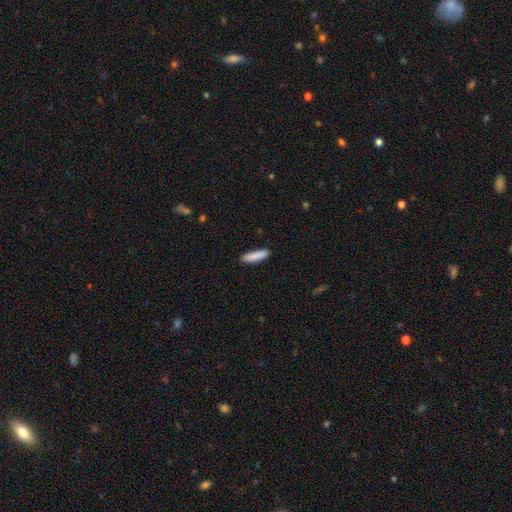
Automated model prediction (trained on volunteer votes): Smooth or featured: smooth — 88% (star or artifact — 6%)
How rounded: cigar-shaped — 71% (in between — 27%)
Merging: none — 88% (minor disturbance — 9%)